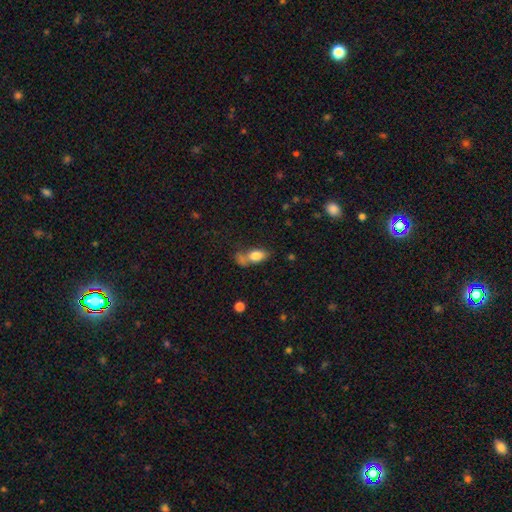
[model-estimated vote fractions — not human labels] A smooth galaxy with no disk features (79%) that is in between round and cigar-shaped (85%). Merging: none (42%).